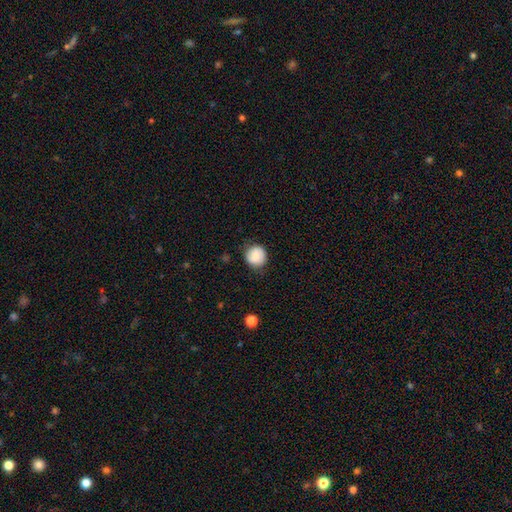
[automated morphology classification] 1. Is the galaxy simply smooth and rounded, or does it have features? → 76% smooth, 16% featured or disk, 8% star or artifact.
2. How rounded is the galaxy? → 89% round, 10% in between, 1% cigar-shaped.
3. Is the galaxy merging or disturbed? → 77% none, 18% minor disturbance, 4% major disturbance, 1% merger.